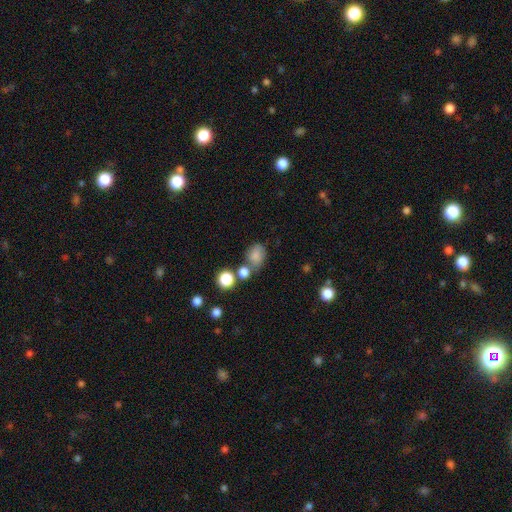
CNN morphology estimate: smooth-or-featured: smooth: 79% | star or artifact: 13% | featured or disk: 9%
  how-rounded: in between: 52% | round: 47% | cigar-shaped: 1%
  merging: none: 54% | merger: 19% | minor disturbance: 19% | major disturbance: 8%